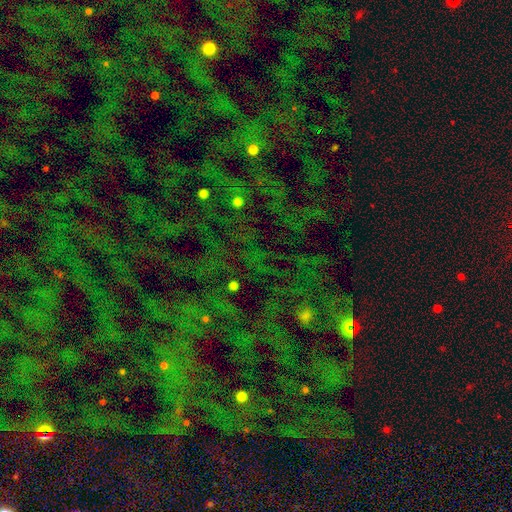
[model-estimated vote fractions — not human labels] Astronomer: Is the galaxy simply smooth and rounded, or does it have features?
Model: star or artifact — 73%.